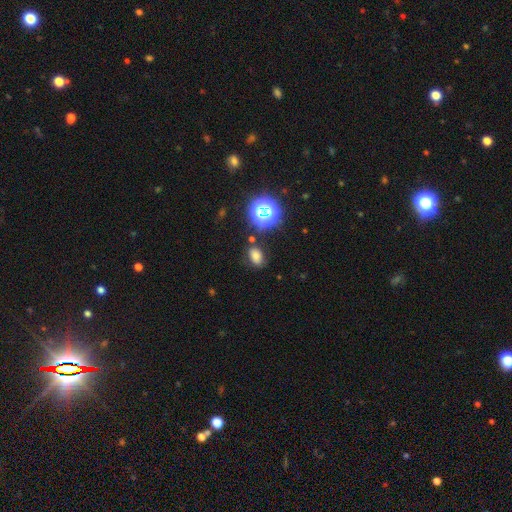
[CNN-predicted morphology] This is likely a smooth galaxy (67%). How rounded: likely in between (80%). Merging: likely none (77%).